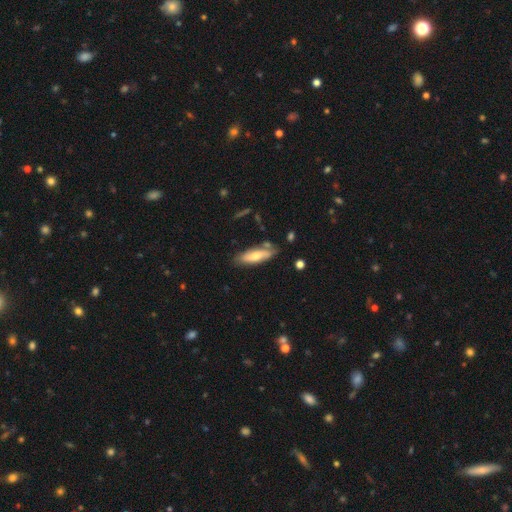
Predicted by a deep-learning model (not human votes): The model was most divided on "how rounded": in between: 52%, cigar-shaped: 46%, round: 2%. More confident: merging — none (71%); smooth or featured — smooth (61%).